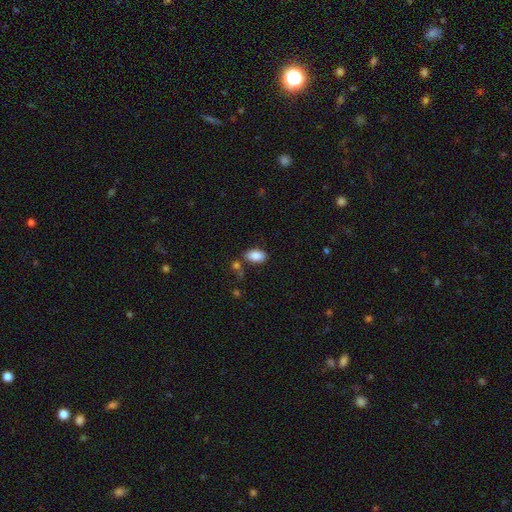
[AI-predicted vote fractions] A smooth galaxy with no disk features (87%) that is in between round and cigar-shaped (93%). Merging: none (72%).